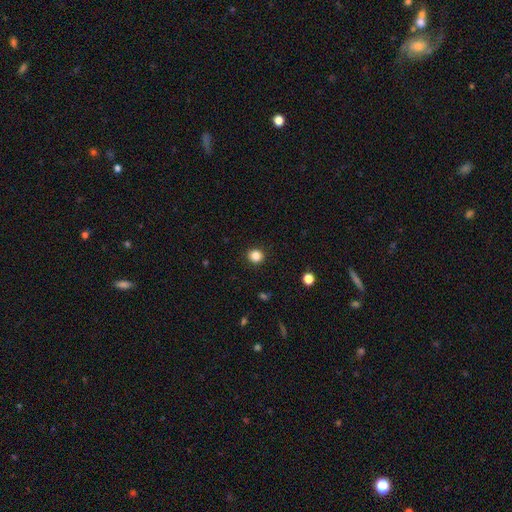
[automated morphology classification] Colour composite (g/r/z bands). It shows a smooth galaxy with no disk features (85%) that is round (87%). Merging: none (92%).